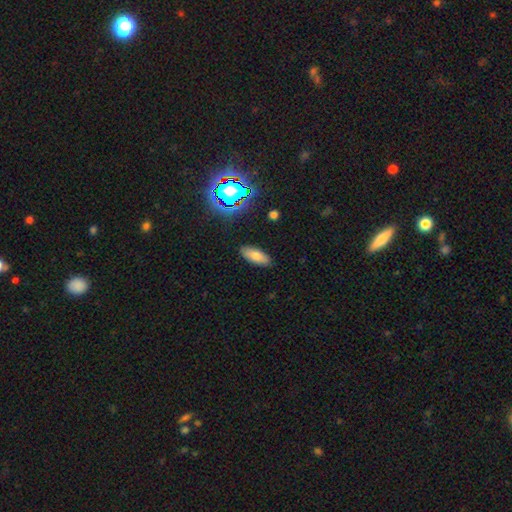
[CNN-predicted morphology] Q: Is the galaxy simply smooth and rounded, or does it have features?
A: smooth — 75%.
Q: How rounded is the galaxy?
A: in between — 75%.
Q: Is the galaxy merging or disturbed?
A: none — 88%.